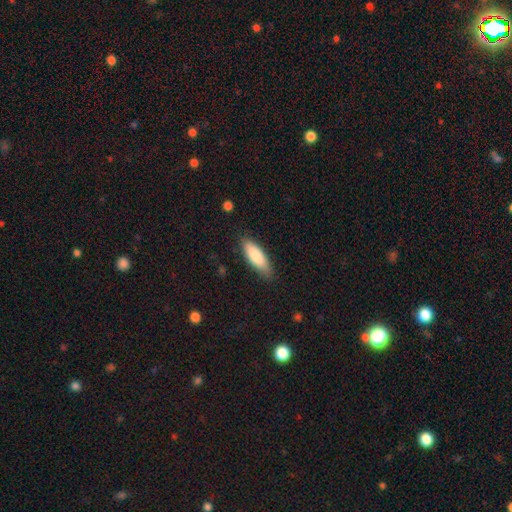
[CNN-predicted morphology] smooth 84%, featured or disk 10%, star or artifact 6%. Down the decision tree: how rounded — in between (58%); merging — none (84%).